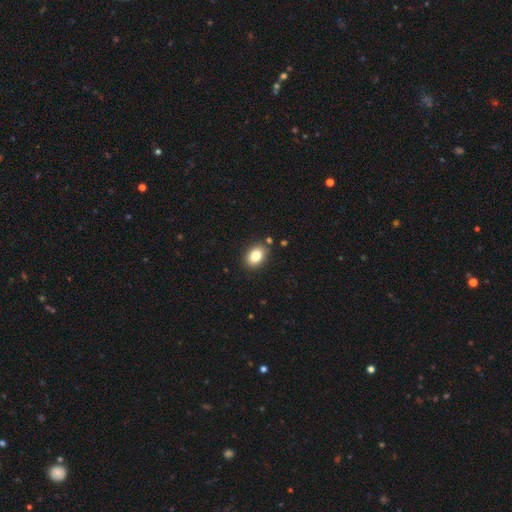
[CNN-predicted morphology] smooth_or_featured: smooth (p=0.82) [alt: featured or disk p=0.09]
how_rounded: in between (p=0.80) [alt: round p=0.19]
merging: none (p=0.85) [alt: minor disturbance p=0.09]